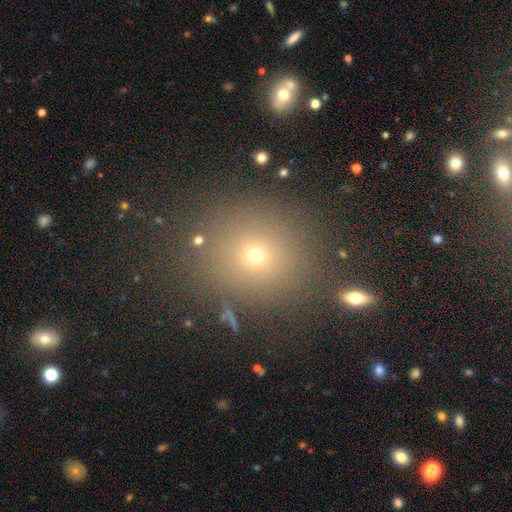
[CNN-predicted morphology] Smooth or featured? smooth (66%)
How rounded? round (87%)
Merging? none (84%)